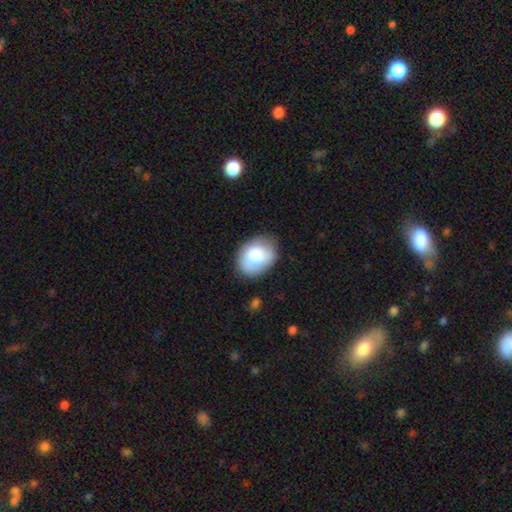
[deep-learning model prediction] smooth-or-featured: smooth: 81% | featured or disk: 13% | star or artifact: 7%
  how-rounded: in between: 67% | round: 32% | cigar-shaped: 1%
  merging: none: 74% | minor disturbance: 19% | major disturbance: 5% | merger: 2%